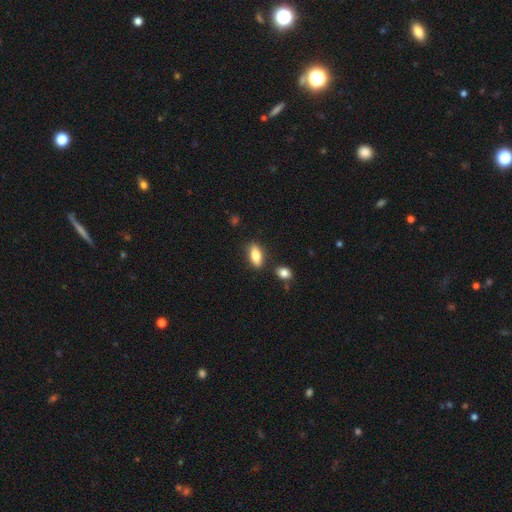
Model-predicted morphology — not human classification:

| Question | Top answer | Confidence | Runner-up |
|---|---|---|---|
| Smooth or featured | smooth | 79% | featured or disk (14%) |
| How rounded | in between | 83% | cigar-shaped (13%) |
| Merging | none | 81% | minor disturbance (11%) |